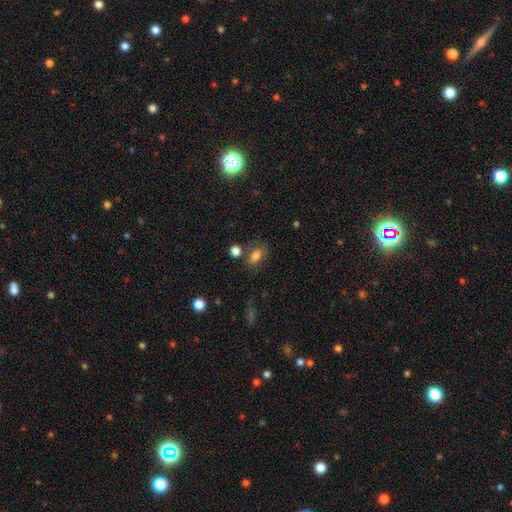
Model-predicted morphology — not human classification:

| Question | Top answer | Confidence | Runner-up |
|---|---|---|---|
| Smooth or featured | smooth | 77% | featured or disk (13%) |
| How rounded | in between | 85% | round (12%) |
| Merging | none | 63% | minor disturbance (18%) |